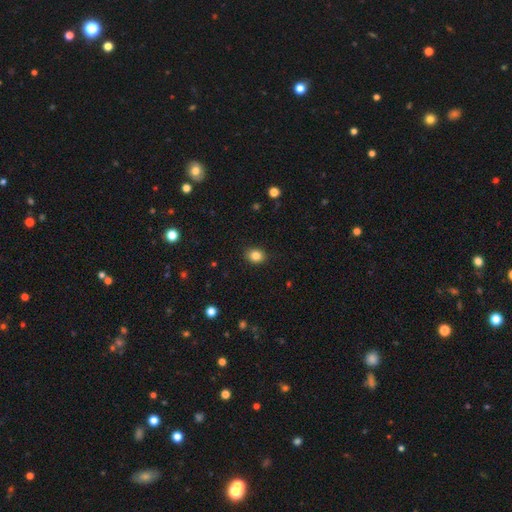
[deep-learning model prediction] This is clearly a smooth galaxy (84%). How rounded: possibly round (53%). Merging: clearly none (89%).